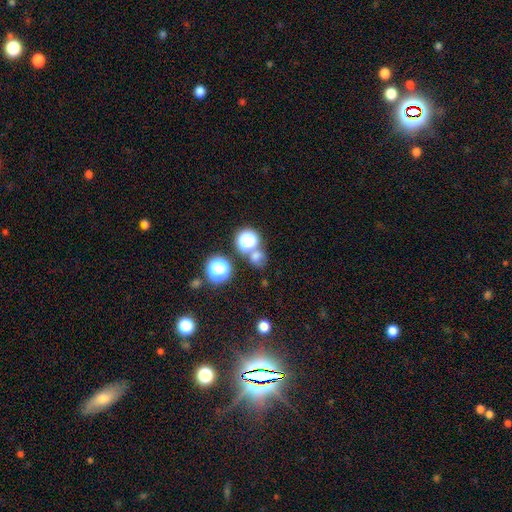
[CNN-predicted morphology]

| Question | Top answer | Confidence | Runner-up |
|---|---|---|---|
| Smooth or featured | smooth | 63% | star or artifact (30%) |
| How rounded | round | 77% | in between (21%) |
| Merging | none | 64% | merger (22%) |